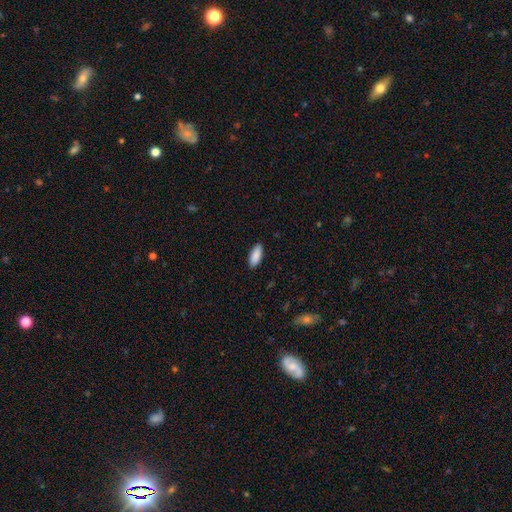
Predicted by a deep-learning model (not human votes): smooth 90%, star or artifact 6%, featured or disk 4%. Down the decision tree: how rounded — in between (81%); merging — none (89%).